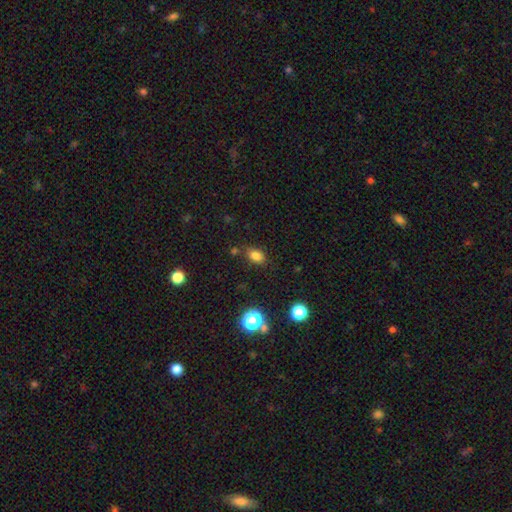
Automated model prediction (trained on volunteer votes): smooth-or-featured: smooth: 80% | star or artifact: 14% | featured or disk: 6%
  how-rounded: in between: 78% | round: 20% | cigar-shaped: 2%
  merging: none: 78% | minor disturbance: 13% | merger: 5% | major disturbance: 4%